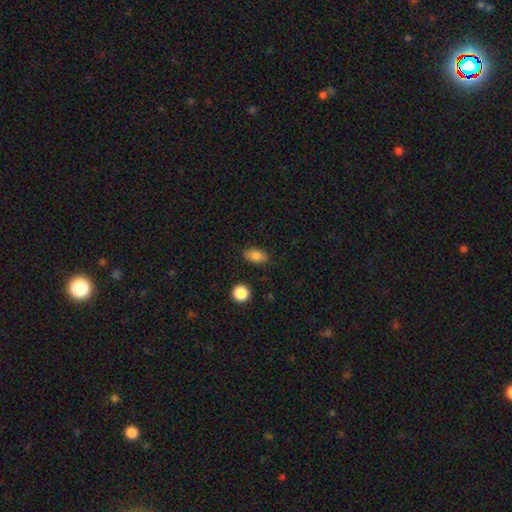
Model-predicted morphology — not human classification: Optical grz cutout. It shows a smooth galaxy with no disk features (82%) that is in between round and cigar-shaped (86%). Merging: none (82%).